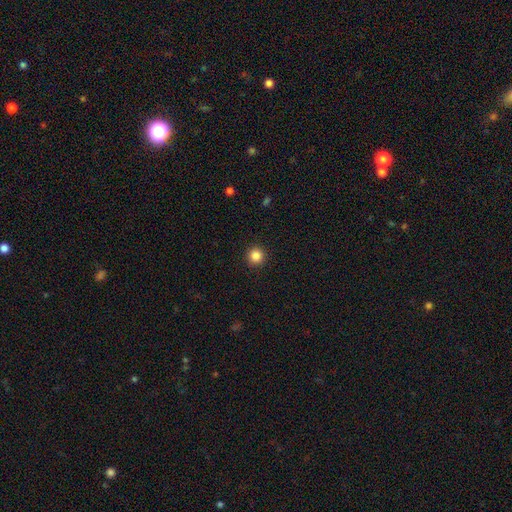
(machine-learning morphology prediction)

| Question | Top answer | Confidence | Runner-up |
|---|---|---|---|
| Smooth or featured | smooth | 85% | star or artifact (11%) |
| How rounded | round | 96% | in between (3%) |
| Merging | none | 93% | minor disturbance (4%) |